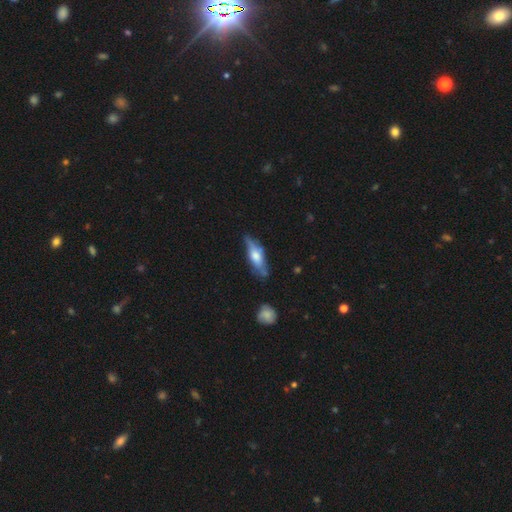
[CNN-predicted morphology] smooth_or_featured: featured or disk (p=0.50) [alt: smooth p=0.44]
merging: none (p=0.67) [alt: minor disturbance p=0.24]